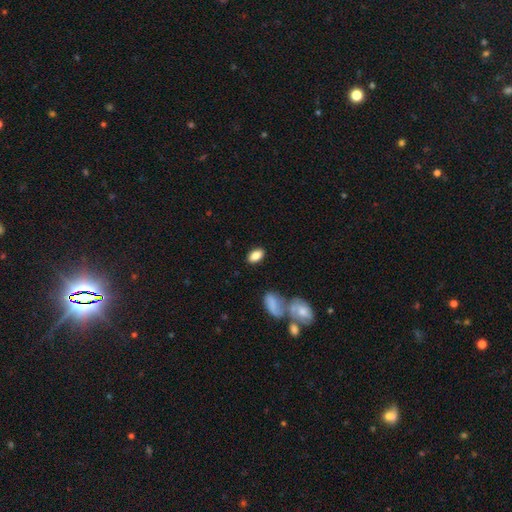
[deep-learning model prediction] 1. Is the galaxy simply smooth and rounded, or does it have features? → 83% smooth, 9% featured or disk, 8% star or artifact.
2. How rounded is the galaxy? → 91% in between, 5% round, 4% cigar-shaped.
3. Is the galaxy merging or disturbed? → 84% none, 10% minor disturbance, 3% merger, 3% major disturbance.